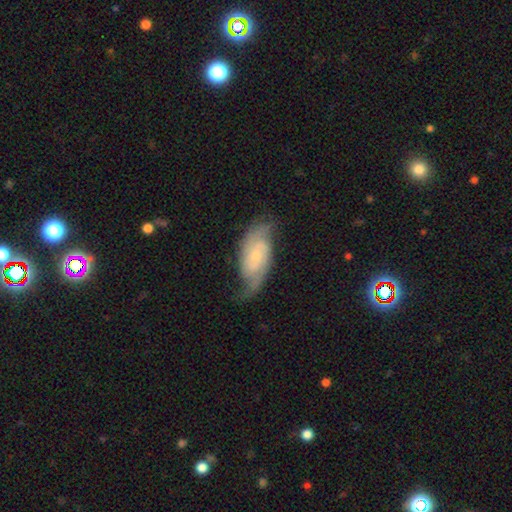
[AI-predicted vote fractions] A featured or disk galaxy (82%) with no bar (58%), 2 (79%) medium (45%) spiral arms (96%) and a small central bulge (64%). Merging: none (70%).